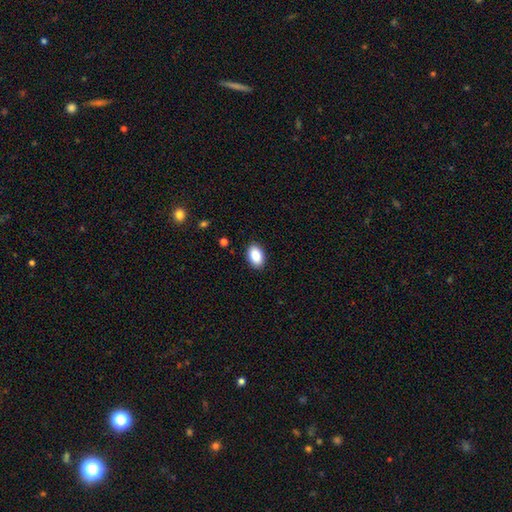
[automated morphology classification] smooth_or_featured: smooth (p=0.87) [alt: star or artifact p=0.07]
how_rounded: in between (p=0.90) [alt: round p=0.09]
merging: none (p=0.90) [alt: minor disturbance p=0.08]